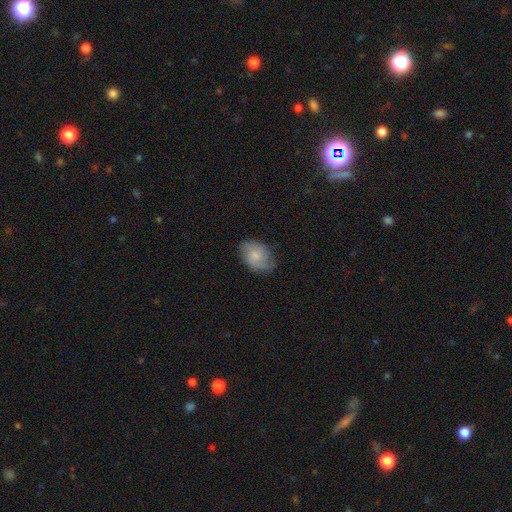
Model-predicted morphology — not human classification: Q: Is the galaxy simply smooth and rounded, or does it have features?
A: smooth — 69%.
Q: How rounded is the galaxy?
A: in between — 78%.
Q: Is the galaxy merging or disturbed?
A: none — 62%.